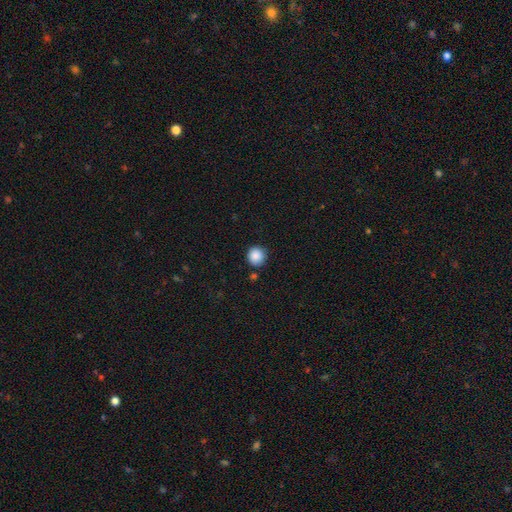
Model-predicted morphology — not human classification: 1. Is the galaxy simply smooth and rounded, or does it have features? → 88% smooth, 9% star or artifact, 3% featured or disk.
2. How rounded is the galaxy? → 92% round, 7% in between, 1% cigar-shaped.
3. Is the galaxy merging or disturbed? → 85% none, 9% minor disturbance, 3% merger, 2% major disturbance.